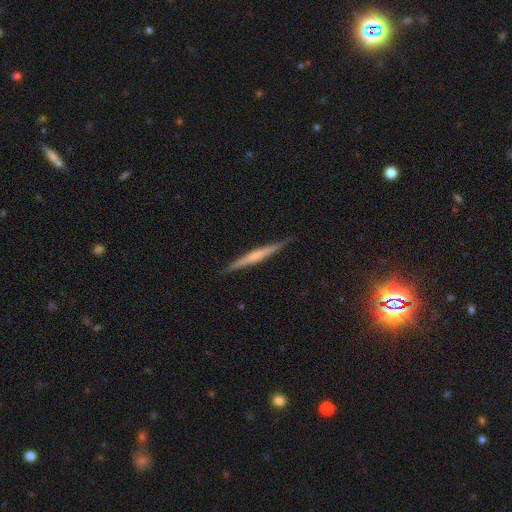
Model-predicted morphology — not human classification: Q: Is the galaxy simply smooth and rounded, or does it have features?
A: featured or disk — 63%.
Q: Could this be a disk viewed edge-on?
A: yes — 98%.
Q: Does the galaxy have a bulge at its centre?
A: rounded — 46%.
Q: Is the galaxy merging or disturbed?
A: none — 89%.